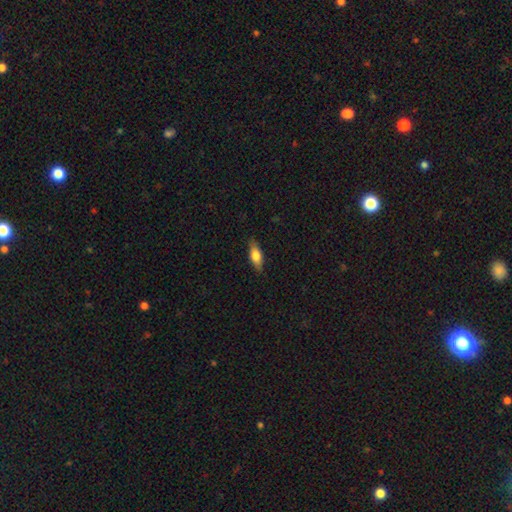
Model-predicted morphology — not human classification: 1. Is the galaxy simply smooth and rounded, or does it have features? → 67% smooth, 26% featured or disk, 7% star or artifact.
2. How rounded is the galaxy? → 67% in between, 29% cigar-shaped, 4% round.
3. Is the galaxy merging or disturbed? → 85% none, 12% minor disturbance, 2% major disturbance, 1% merger.